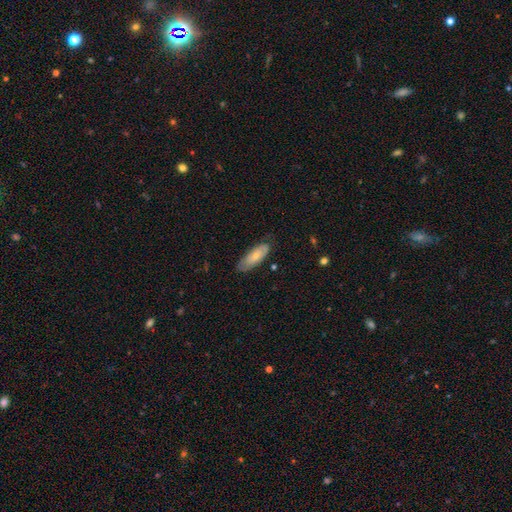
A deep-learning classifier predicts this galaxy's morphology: This appears to be a smooth galaxy with no disk features (70%) that is in between round and cigar-shaped (69%). Merging: none (72%).